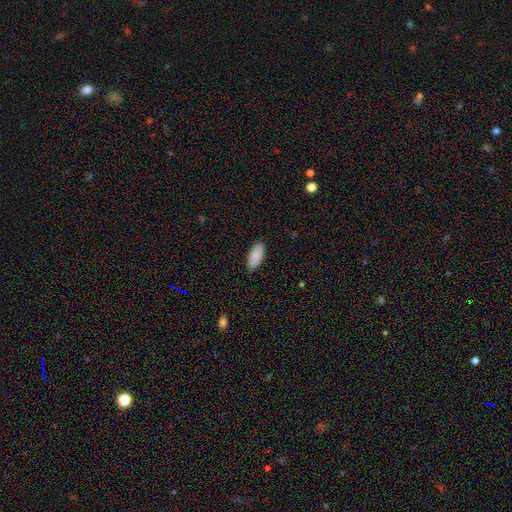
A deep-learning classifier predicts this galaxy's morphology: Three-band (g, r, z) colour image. It shows a smooth galaxy with no disk features (88%) that is in between round and cigar-shaped (89%). Merging: none (88%).